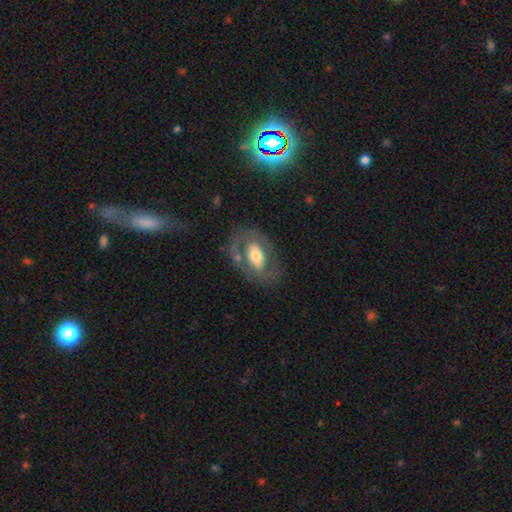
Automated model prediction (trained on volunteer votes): smooth-or-featured: featured or disk: 55% | smooth: 39% | star or artifact: 6%
  disk-edge-on: no: 92% | yes: 8%
    bar: no: 57% | weak: 25% | strong: 19%
    has-spiral-arms: no: 69% | yes: 31%
    bulge-size: moderate: 57% | large: 26% | small: 13% | dominant: 3% | none: 1%
  merging: none: 70% | minor disturbance: 16% | major disturbance: 11% | merger: 4%